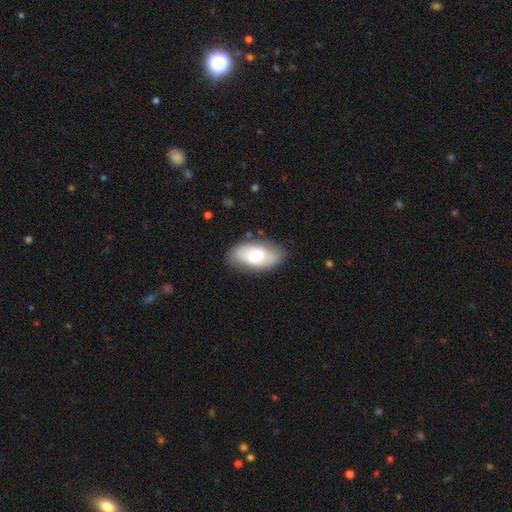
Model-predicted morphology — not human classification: Overall: smooth (66%; featured or disk 28%). How rounded: in between (93%). Merging: none (79%).